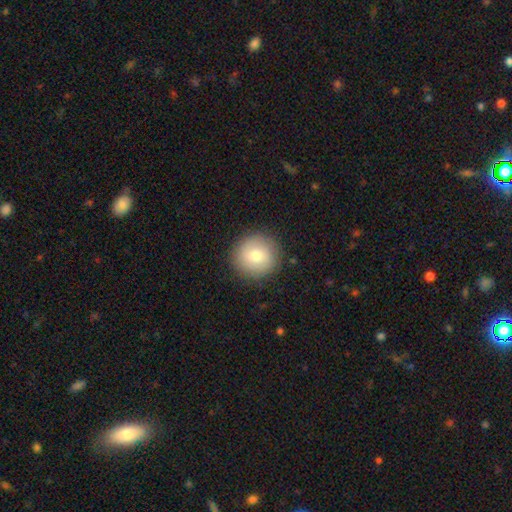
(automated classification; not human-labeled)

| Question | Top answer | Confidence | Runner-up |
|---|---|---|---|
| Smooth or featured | smooth | 77% | featured or disk (14%) |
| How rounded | round | 93% | in between (6%) |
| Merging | none | 89% | minor disturbance (7%) |